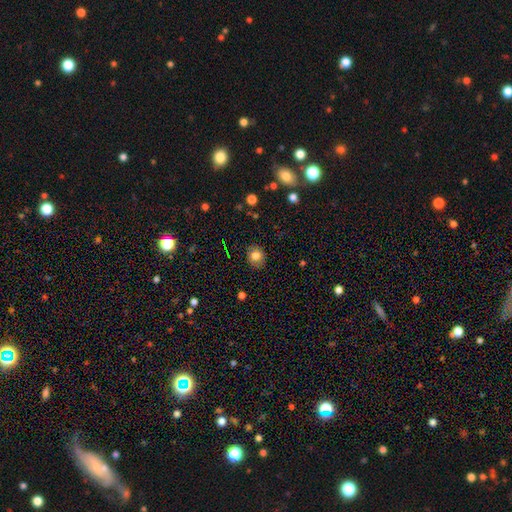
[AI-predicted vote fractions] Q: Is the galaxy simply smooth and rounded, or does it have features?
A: smooth — 77%.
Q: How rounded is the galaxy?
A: round — 69%.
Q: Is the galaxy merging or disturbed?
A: none — 86%.